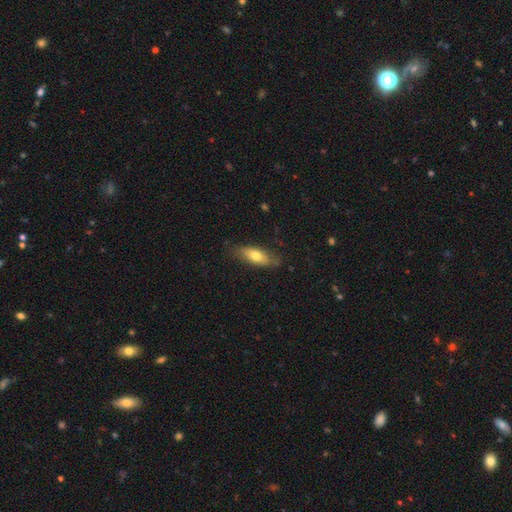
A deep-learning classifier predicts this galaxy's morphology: Smooth or featured?
  - smooth: 68% *
  - featured or disk: 25%
  - star or artifact: 6%
How rounded?
  - in between: 71% *
  - cigar-shaped: 26%
  - round: 3%
Merging?
  - none: 76% *
  - minor disturbance: 19%
  - major disturbance: 4%
  - merger: 1%